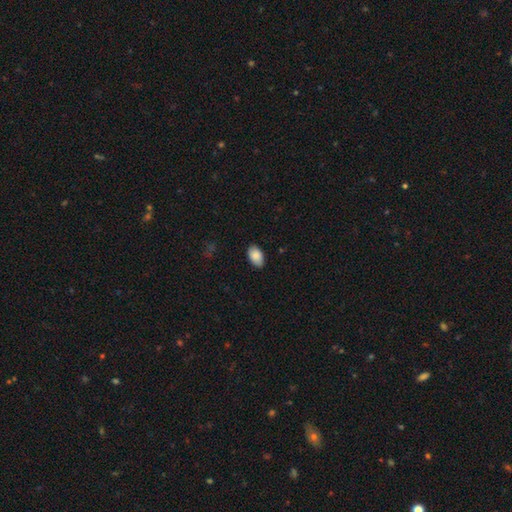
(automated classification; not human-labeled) Smooth or featured: smooth — 88% (star or artifact — 7%)
How rounded: in between — 93% (round — 5%)
Merging: none — 83% (minor disturbance — 14%)